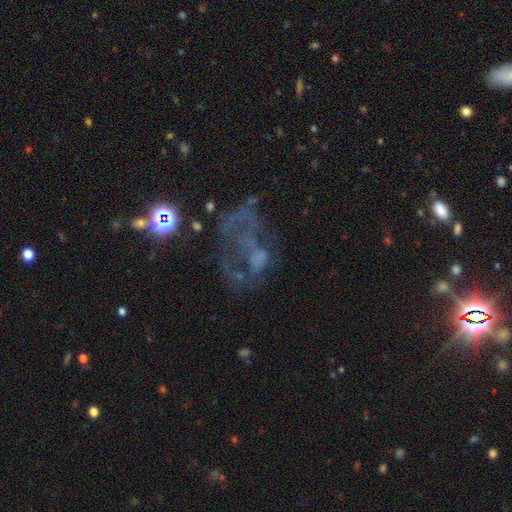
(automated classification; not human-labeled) Smooth or featured? Predicted: featured or disk (p=0.49). Merging? Predicted: major disturbance (p=0.44).